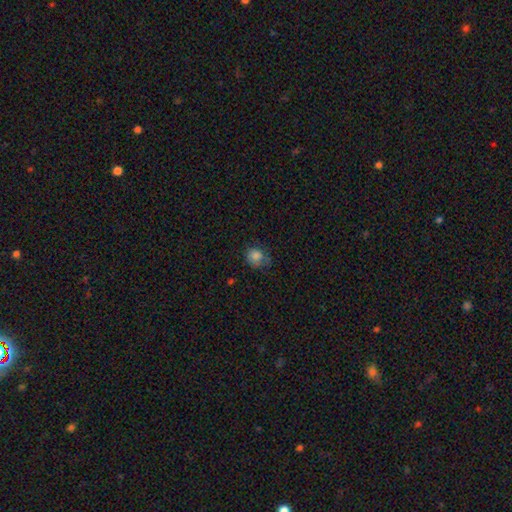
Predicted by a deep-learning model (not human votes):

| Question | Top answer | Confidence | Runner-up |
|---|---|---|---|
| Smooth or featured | smooth | 79% | featured or disk (11%) |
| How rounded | round | 70% | in between (29%) |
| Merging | none | 54% | minor disturbance (30%) |